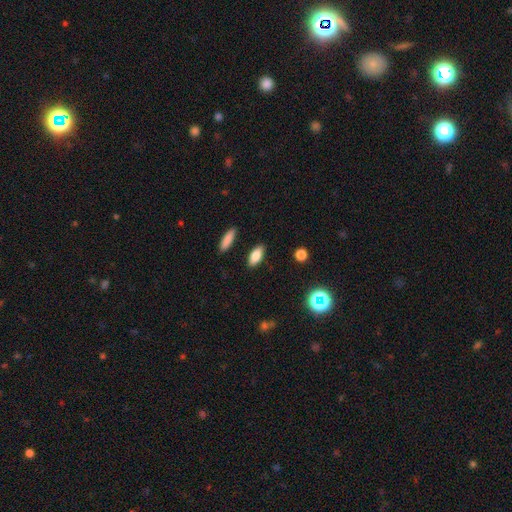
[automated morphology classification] smooth-or-featured: smooth: 82% | featured or disk: 10% | star or artifact: 8%
  how-rounded: in between: 79% | cigar-shaped: 18% | round: 3%
  merging: none: 87% | minor disturbance: 8% | major disturbance: 2% | merger: 2%